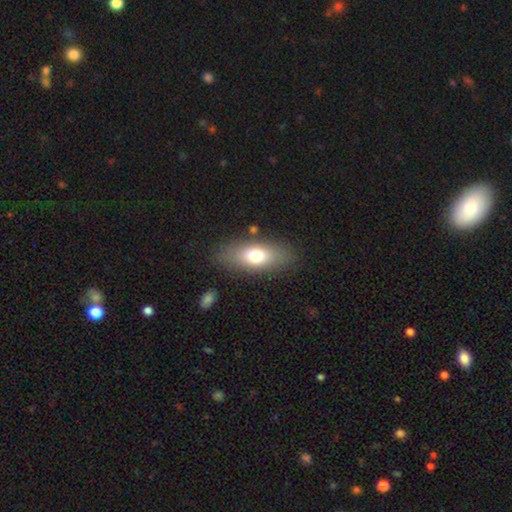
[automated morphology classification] A smooth galaxy with no disk features (72%) that is in between round and cigar-shaped (79%). Merging: none (82%).